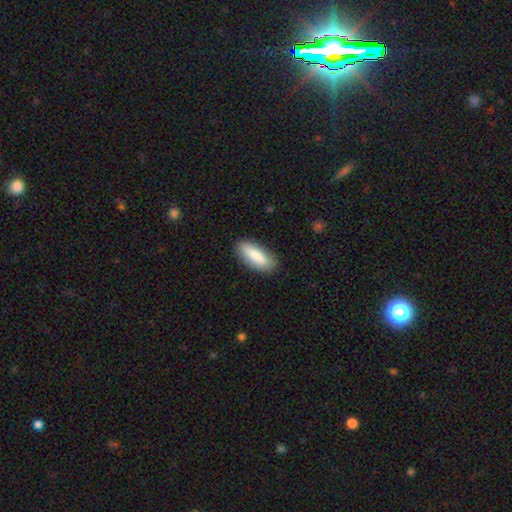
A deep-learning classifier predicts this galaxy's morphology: smooth_or_featured: smooth (p=0.82) [alt: featured or disk p=0.12]
how_rounded: in between (p=0.72) [alt: cigar-shaped p=0.26]
merging: none (p=0.84) [alt: minor disturbance p=0.12]